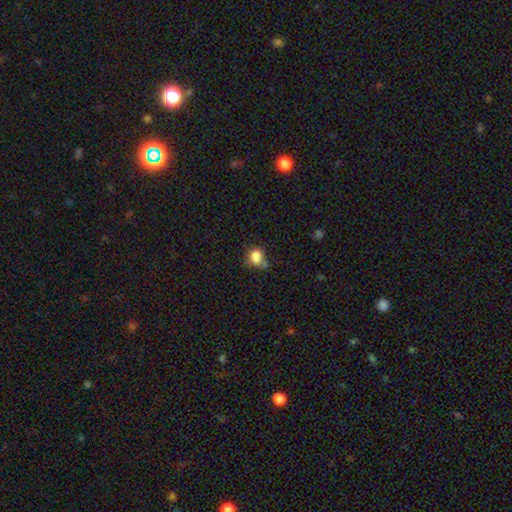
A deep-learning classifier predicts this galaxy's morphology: smooth_or_featured: smooth (p=0.80) [alt: star or artifact p=0.12]
how_rounded: round (p=0.56) [alt: in between p=0.43]
merging: none (p=0.44) [alt: minor disturbance p=0.25]